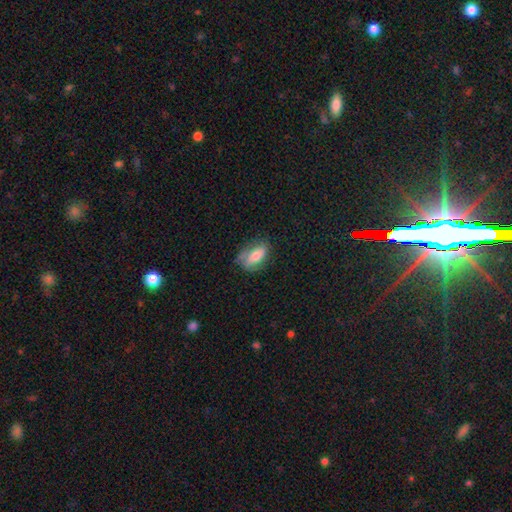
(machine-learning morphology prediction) type=smooth (66%); roundness=in between (84%); merging=none (60%).